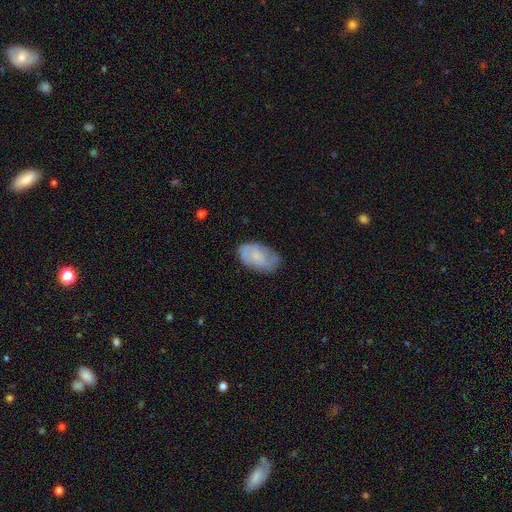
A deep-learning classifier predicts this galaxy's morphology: The model was most divided on "smooth or featured": smooth: 55%, featured or disk: 38%, star or artifact: 7%. More confident: how rounded — in between (92%); merging — none (65%).